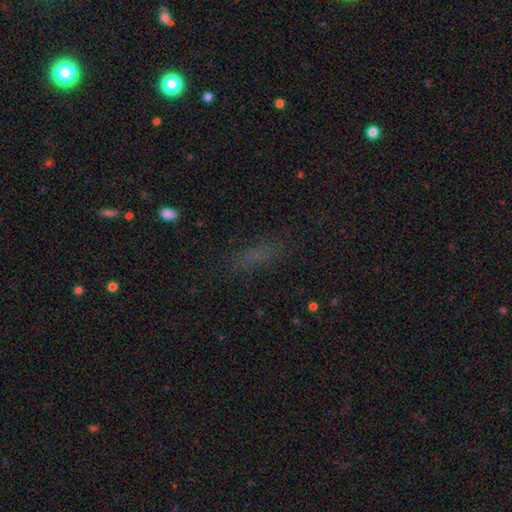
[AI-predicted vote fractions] Smooth or featured: smooth — 60% (star or artifact — 25%)
How rounded: cigar-shaped — 54% (in between — 40%)
Merging: none — 78% (minor disturbance — 14%)